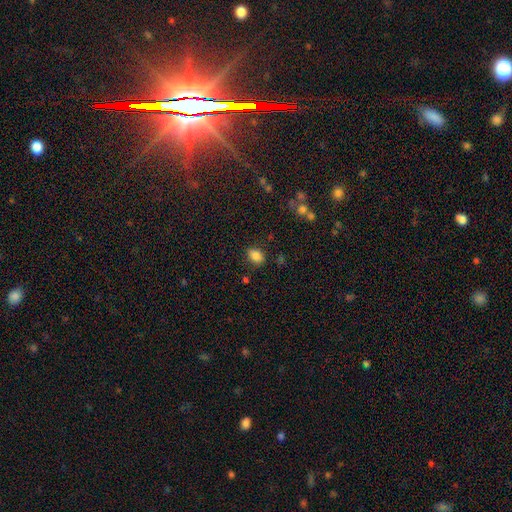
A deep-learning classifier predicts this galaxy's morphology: Smooth or featured? smooth (84%)
How rounded? in between (73%)
Merging? none (82%)